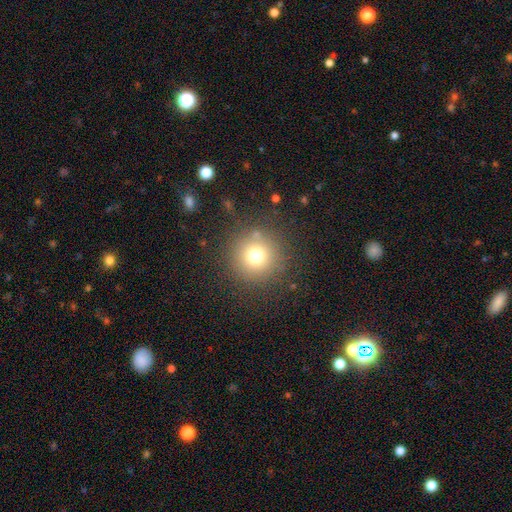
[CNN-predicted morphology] Overall: smooth (72%). How rounded: round (96%). Merging: none (86%).